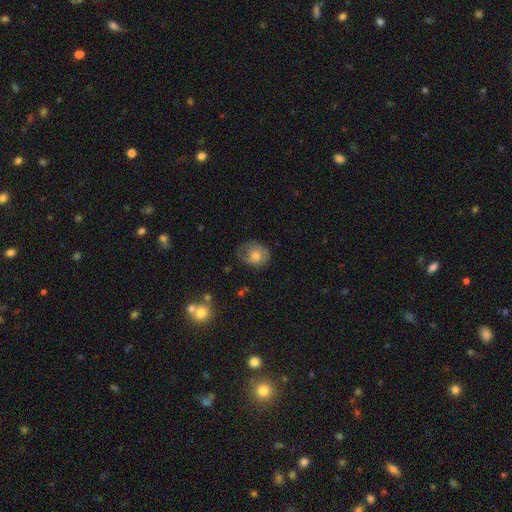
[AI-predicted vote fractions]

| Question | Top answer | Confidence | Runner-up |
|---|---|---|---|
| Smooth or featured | smooth | 64% | featured or disk (28%) |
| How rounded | round | 62% | in between (37%) |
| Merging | none | 54% | minor disturbance (30%) |